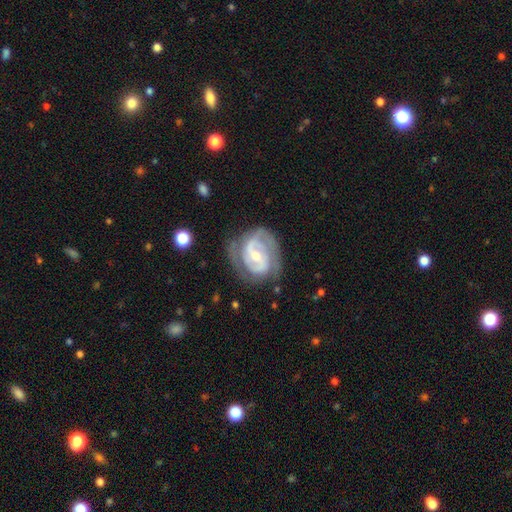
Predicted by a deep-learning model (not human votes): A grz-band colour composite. It shows a featured or disk galaxy (87%) with a weak bar (45%), 2 (68%) tight (53%) spiral arms (94%) and a small central bulge (51%). Merging: none (68%).